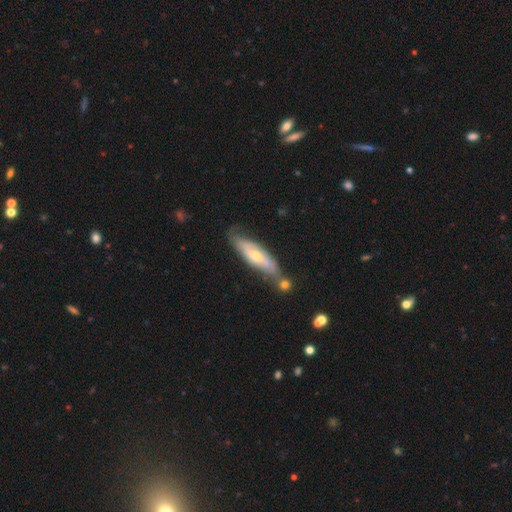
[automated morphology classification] smooth-or-featured: featured or disk: 58% | smooth: 36% | star or artifact: 6%
  disk-edge-on: no: 63% | yes: 37%
  merging: none: 54% | minor disturbance: 22% | merger: 17% | major disturbance: 6%